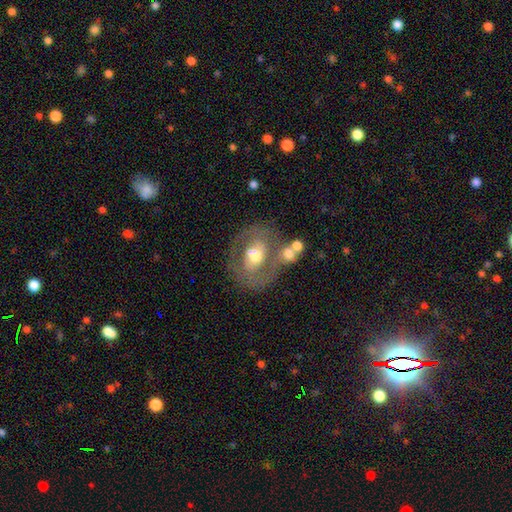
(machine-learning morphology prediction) Overall: featured or disk (58%; smooth 33%). Edge-on disk: no (95%). Bar: no (54%; weak 32%). Spiral arms: no (61%; yes 39%). Bulge size: moderate (66%). Merging: none (47%; merger 24%).